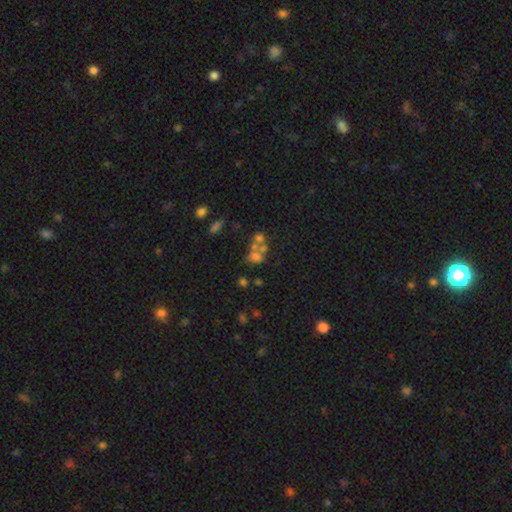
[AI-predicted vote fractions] A smooth galaxy with no disk features (47%).

Vote fractions:
- Smooth or featured? smooth: 47% / featured or disk: 30% / star or artifact: 23%
- Merging? merger: 53% / none: 27% / major disturbance: 10% / minor disturbance: 10%